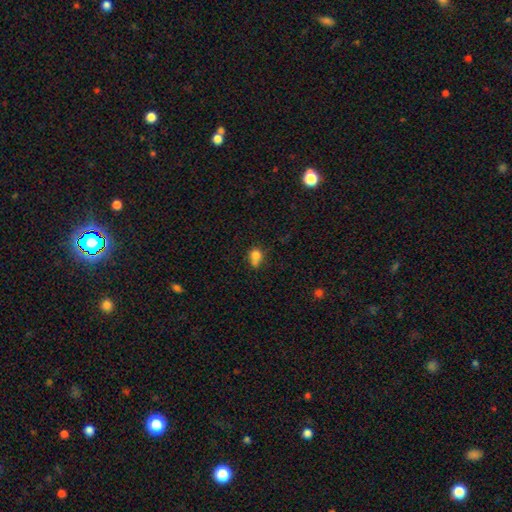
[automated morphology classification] Smooth or featured?
  - smooth: 78% *
  - star or artifact: 12%
  - featured or disk: 10%
How rounded?
  - round: 62% *
  - in between: 37%
  - cigar-shaped: 1%
Merging?
  - none: 42% *
  - merger: 28%
  - minor disturbance: 22%
  - major disturbance: 8%